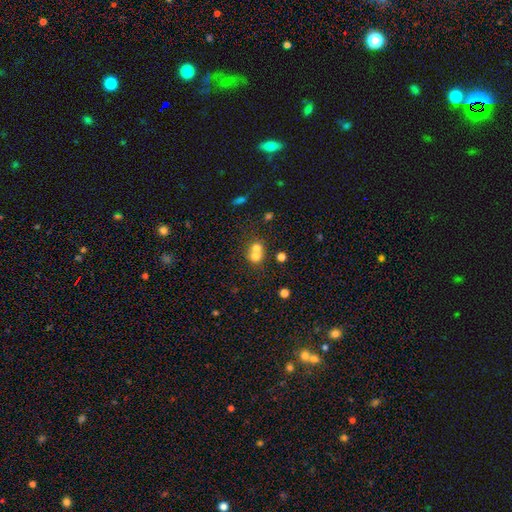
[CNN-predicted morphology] A smooth galaxy with no disk features (68%) that is round (77%).

Vote fractions:
- Smooth or featured? smooth: 68% / featured or disk: 19% / star or artifact: 13%
- How rounded? round: 77% / in between: 22% / cigar-shaped: 1%
- Merging? merger: 67% / none: 26% / minor disturbance: 5% / major disturbance: 3%